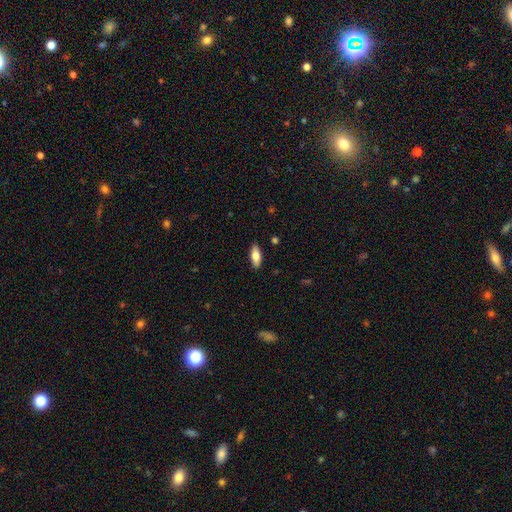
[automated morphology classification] Smooth or featured? smooth (73%)
How rounded? in between (76%)
Merging? none (88%)